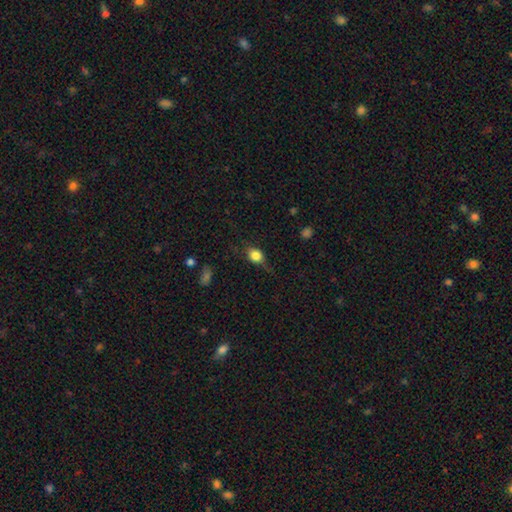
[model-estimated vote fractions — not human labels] A smooth galaxy with no disk features (77%) that is in between round and cigar-shaped (49%).

Vote fractions:
- Smooth or featured? smooth: 77% / featured or disk: 13% / star or artifact: 10%
- How rounded? in between: 49% / round: 48% / cigar-shaped: 3%
- Merging? none: 64% / minor disturbance: 25% / major disturbance: 10% / merger: 2%